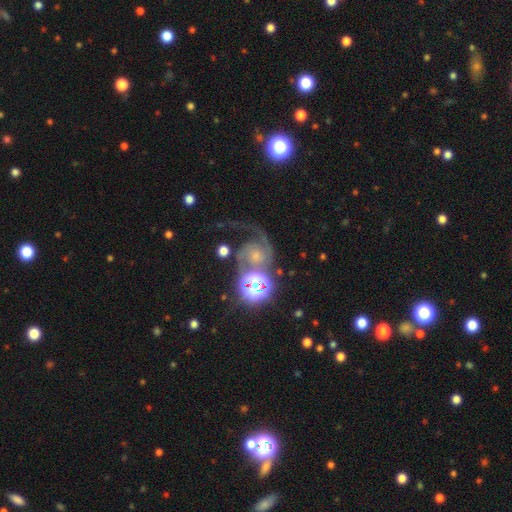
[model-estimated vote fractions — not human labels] The model was most divided on "spiral winding" (2-way tie): medium: 42%, loose: 42%, tight: 15%. Remaining: edge-on disk — no (98%); spiral arms — yes (95%); smooth or featured — featured or disk (70%); bar — no (70%); spiral arm count — 2 (69%); merging — none (37%); bulge size — moderate (34%).